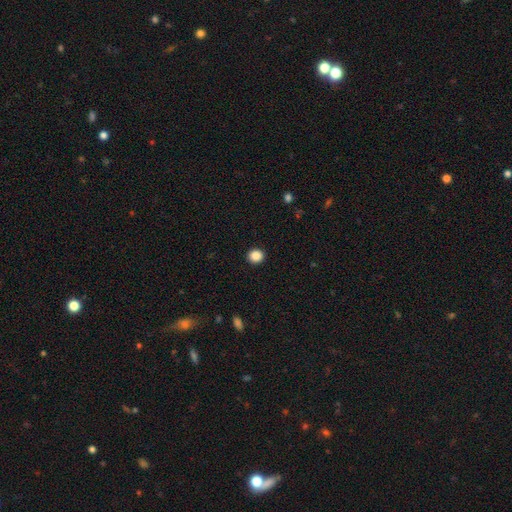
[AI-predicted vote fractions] A smooth galaxy with no disk features (88%) that is round (84%).

Vote fractions:
- Smooth or featured? smooth: 88% / star or artifact: 10% / featured or disk: 3%
- How rounded? round: 84% / in between: 15% / cigar-shaped: 1%
- Merging? none: 93% / minor disturbance: 5% / major disturbance: 2% / merger: 1%